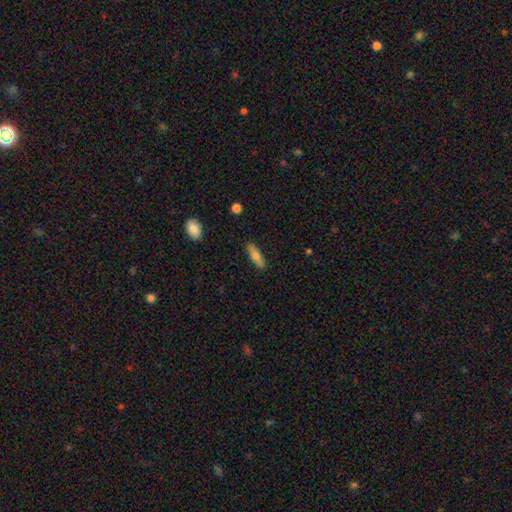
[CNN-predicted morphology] smooth-or-featured: smooth: 69% | featured or disk: 25% | star or artifact: 7%
  how-rounded: cigar-shaped: 60% | in between: 37% | round: 2%
  merging: none: 89% | minor disturbance: 8% | major disturbance: 2% | merger: 1%